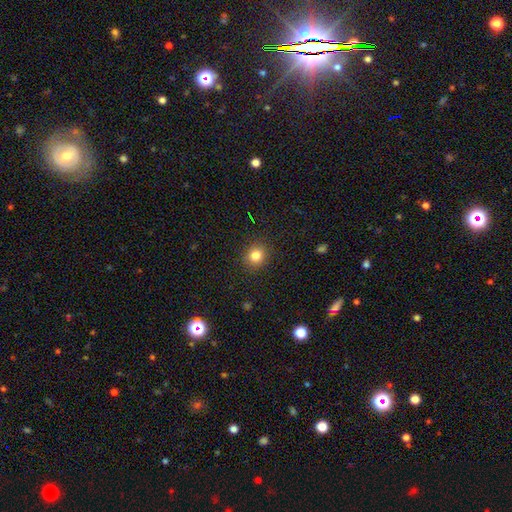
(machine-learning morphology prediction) Overall: smooth (82%). How rounded: round (85%). Merging: none (91%).